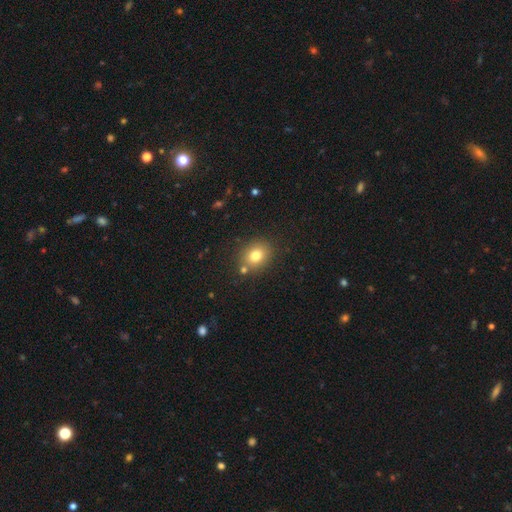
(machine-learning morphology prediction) type=smooth (78%); roundness=round (62%); merging=none (79%).